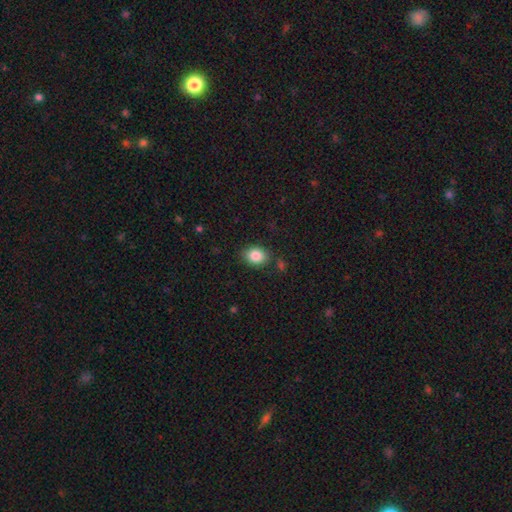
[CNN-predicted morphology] A smooth galaxy with no disk features (85%) that is in between round and cigar-shaped (59%). Merging: none (81%).